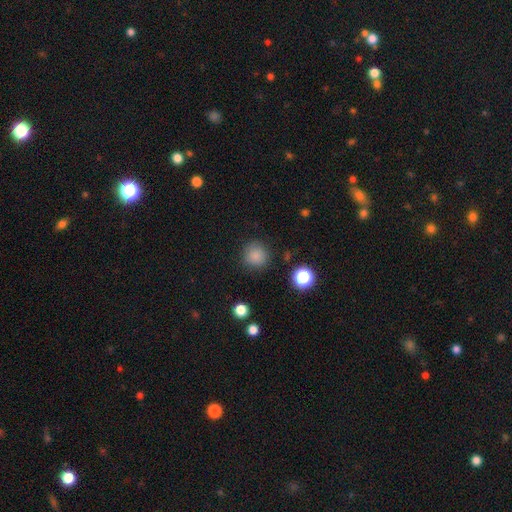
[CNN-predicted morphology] Smooth or featured? Predicted: smooth (p=0.83). How rounded? Predicted: round (p=0.93). Merging? Predicted: none (p=0.86).